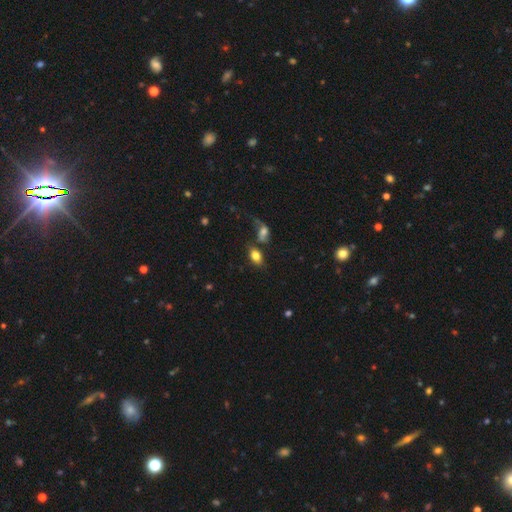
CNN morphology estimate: Smooth or featured? smooth (78%)
How rounded? in between (85%)
Merging? none (51%)